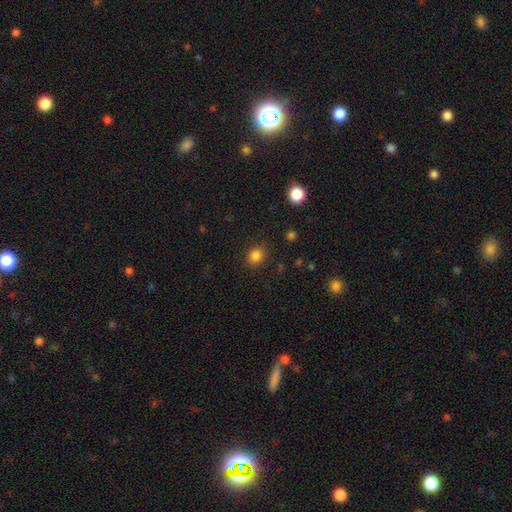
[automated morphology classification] A smooth galaxy with no disk features (84%) that is round (72%). Merging: none (86%).